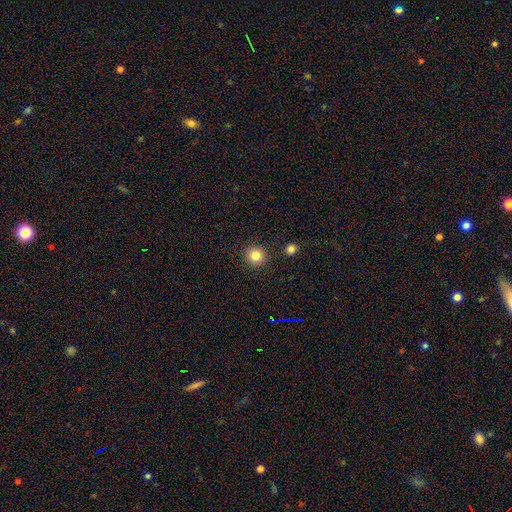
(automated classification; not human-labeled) A smooth galaxy with no disk features (83%) that is round (93%).

Vote fractions:
- Smooth or featured? smooth: 83% / star or artifact: 12% / featured or disk: 6%
- How rounded? round: 93% / in between: 6% / cigar-shaped: 1%
- Merging? none: 90% / minor disturbance: 6% / merger: 3% / major disturbance: 2%